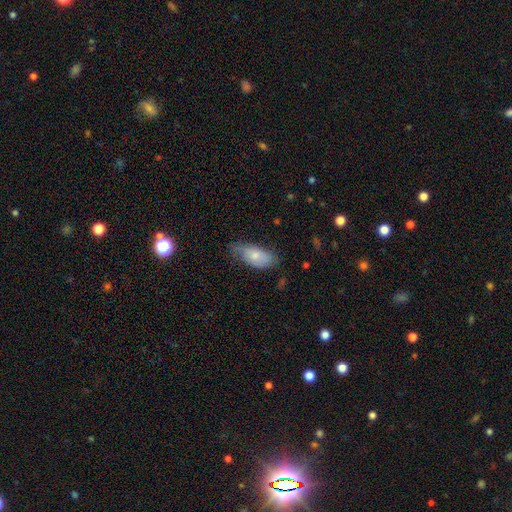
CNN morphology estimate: Q: Smooth or featured?
A: smooth (71%); runner-up: featured or disk (23%)
Q: How rounded?
A: in between (89%); runner-up: cigar-shaped (9%)
Q: Merging?
A: none (51%); runner-up: minor disturbance (38%)